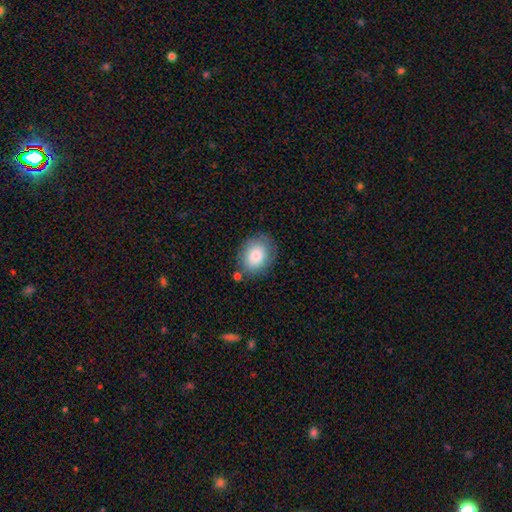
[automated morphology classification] This appears to be a smooth galaxy with no disk features (80%) that is in between round and cigar-shaped (55%). Merging: none (76%).